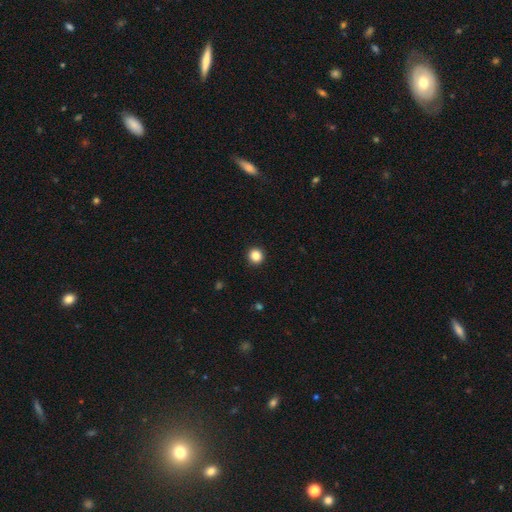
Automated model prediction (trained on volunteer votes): Smooth or featured: smooth — 85% (star or artifact — 11%)
How rounded: round — 95% (in between — 4%)
Merging: none — 94% (minor disturbance — 4%)